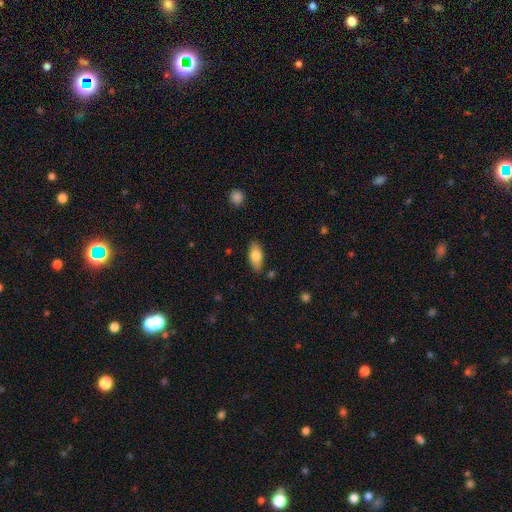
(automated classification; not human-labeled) This is likely a smooth galaxy (77%). How rounded: clearly in between (87%). Merging: clearly none (82%).